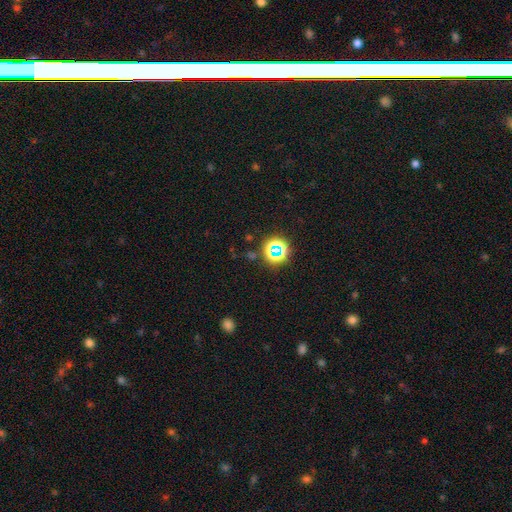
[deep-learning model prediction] Morphology: type=star or artifact (67%).